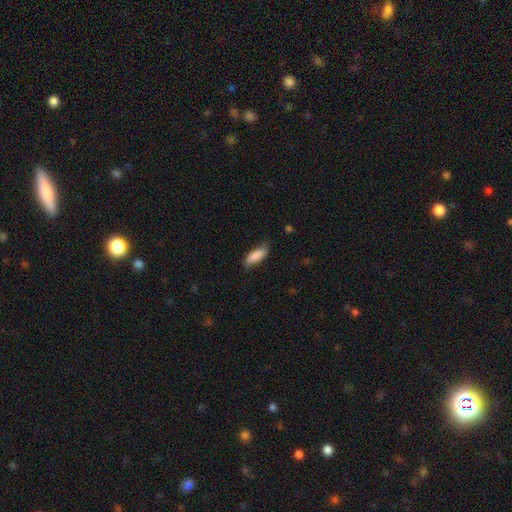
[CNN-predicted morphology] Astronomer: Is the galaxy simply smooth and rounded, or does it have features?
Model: smooth — 83%.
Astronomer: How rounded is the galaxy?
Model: in between — 68%.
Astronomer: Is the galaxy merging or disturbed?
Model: none — 69%.